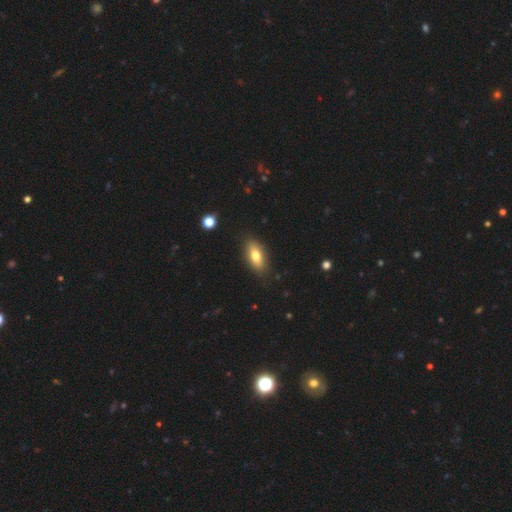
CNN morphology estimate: smooth 74%, featured or disk 19%, star or artifact 7%. Down the decision tree: how rounded — in between (82%); merging — none (86%).